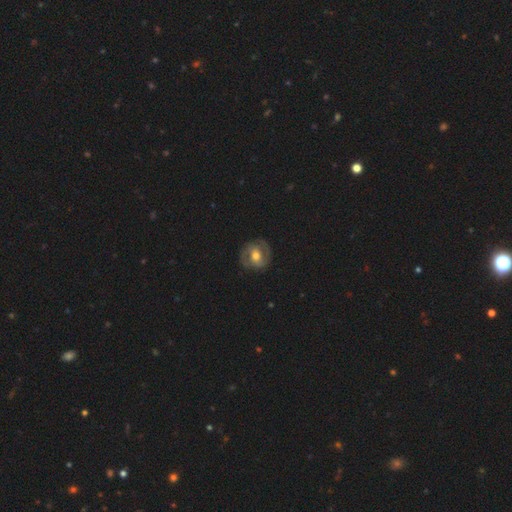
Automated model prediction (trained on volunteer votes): The model was most divided on "spiral winding": medium: 45%, tight: 40%, loose: 15%. Remaining: edge-on disk — no (97%); spiral arm count — 2 (83%); spiral arms — yes (83%); merging — none (81%); bulge size — moderate (72%); smooth or featured — featured or disk (72%); bar — weak (42%).